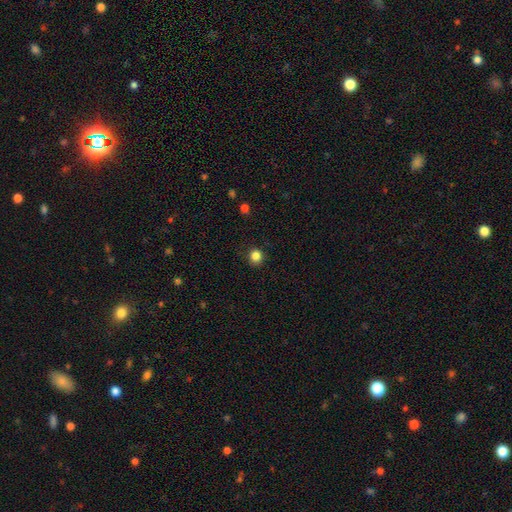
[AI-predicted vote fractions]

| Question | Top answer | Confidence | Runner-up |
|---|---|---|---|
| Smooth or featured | smooth | 84% | star or artifact (12%) |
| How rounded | round | 89% | in between (10%) |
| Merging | none | 88% | minor disturbance (8%) |